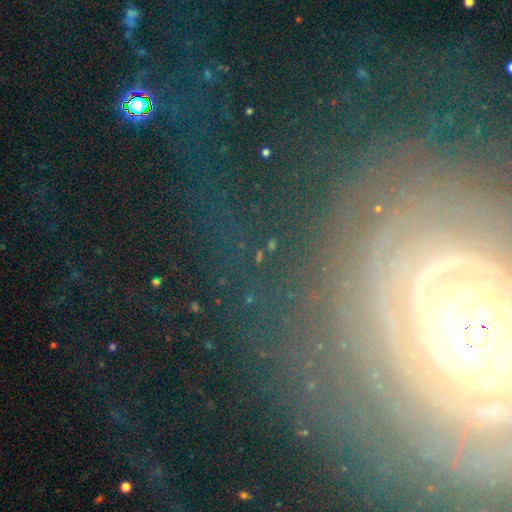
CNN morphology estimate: This is possibly a featured or disk galaxy (52%). It is clearly not viewed edge-on (84%). Merging: likely none (74%).